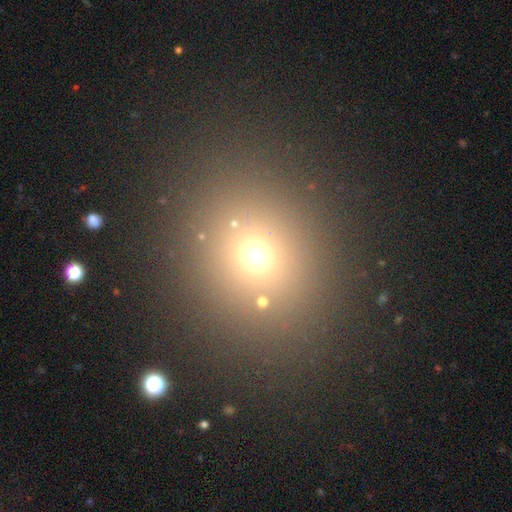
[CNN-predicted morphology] Smooth or featured? Predicted: smooth (p=0.65). How rounded? Predicted: round (p=0.75). Merging? Predicted: none (p=0.85).